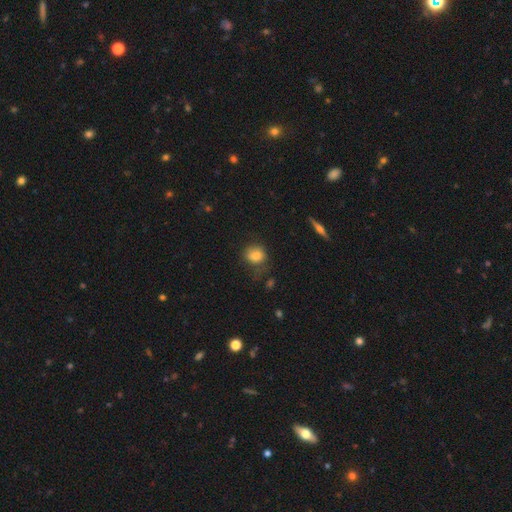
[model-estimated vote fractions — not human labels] Smooth or featured? smooth (79%)
How rounded? round (74%)
Merging? none (60%)